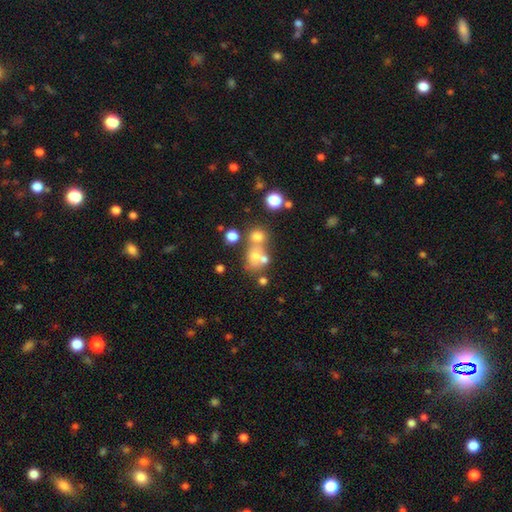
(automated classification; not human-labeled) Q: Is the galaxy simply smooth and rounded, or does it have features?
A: smooth — 57%.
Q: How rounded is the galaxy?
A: round — 68%.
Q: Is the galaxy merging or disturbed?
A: merger — 44%.